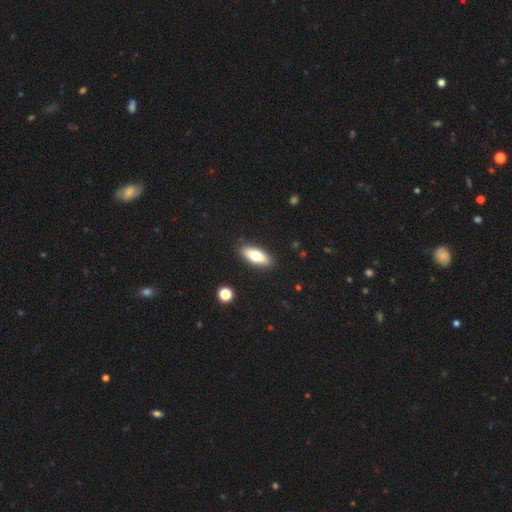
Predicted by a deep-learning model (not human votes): smooth 68%, featured or disk 26%, star or artifact 6%. Down the decision tree: how rounded — in between (69%); merging — none (89%).